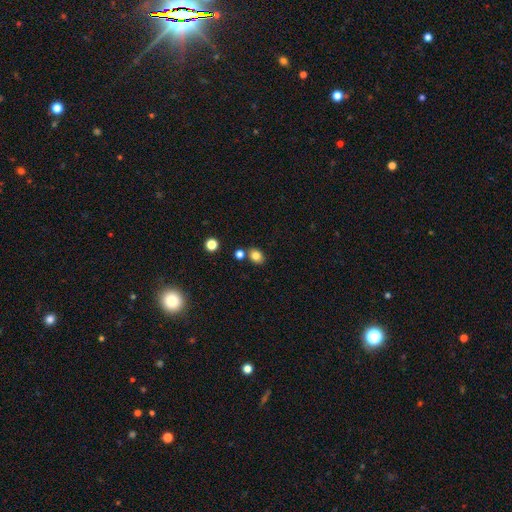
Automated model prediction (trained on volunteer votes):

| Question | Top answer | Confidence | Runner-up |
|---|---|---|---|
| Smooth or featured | smooth | 81% | star or artifact (12%) |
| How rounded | in between | 58% | round (41%) |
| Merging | none | 74% | merger (12%) |